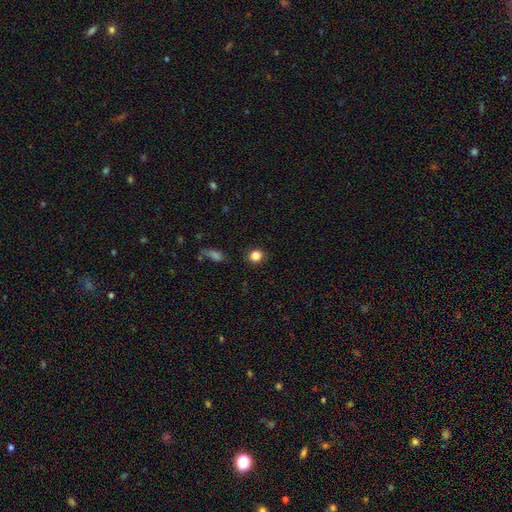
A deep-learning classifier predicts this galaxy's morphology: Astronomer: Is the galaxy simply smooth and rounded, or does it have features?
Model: smooth — 85%.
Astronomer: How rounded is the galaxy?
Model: round — 85%.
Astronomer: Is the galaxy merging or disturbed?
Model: none — 88%.